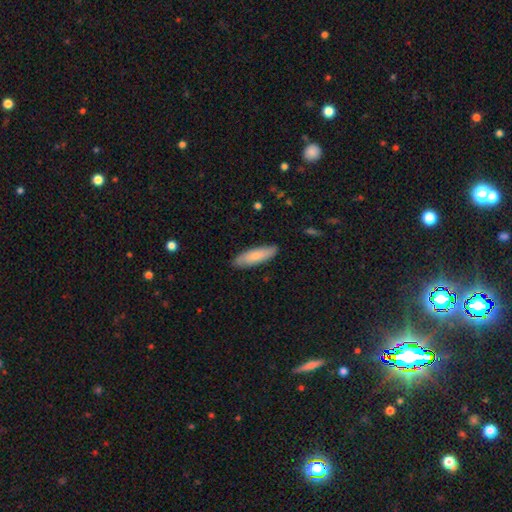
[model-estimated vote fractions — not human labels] smooth-or-featured: smooth: 80% | featured or disk: 15% | star or artifact: 5%
  how-rounded: cigar-shaped: 61% | in between: 38% | round: 1%
  merging: none: 87% | minor disturbance: 11% | major disturbance: 2% | merger: 1%